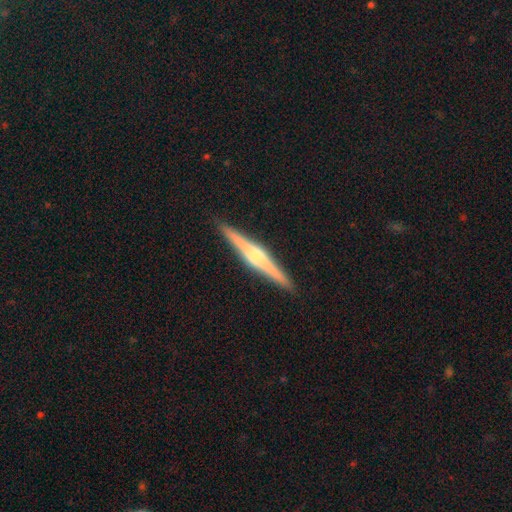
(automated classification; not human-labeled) Smooth or featured? Predicted: featured or disk (p=0.76). Edge-on disk? Predicted: yes (p=0.98). Edge-on bulge? Predicted: rounded (p=0.82). Merging? Predicted: none (p=0.92).